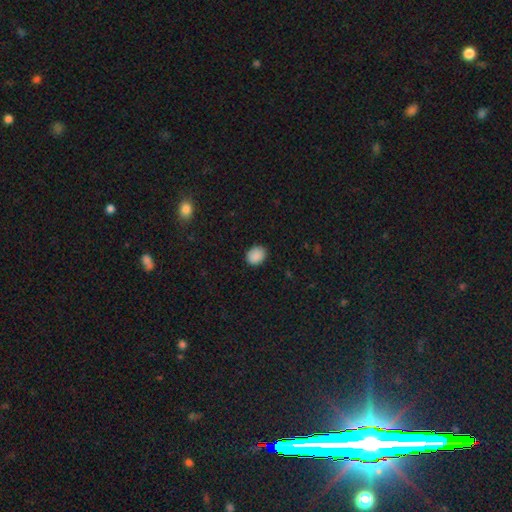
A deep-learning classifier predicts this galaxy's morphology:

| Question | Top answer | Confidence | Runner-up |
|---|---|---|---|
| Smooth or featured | smooth | 89% | star or artifact (9%) |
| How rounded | in between | 52% | round (47%) |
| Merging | none | 86% | minor disturbance (11%) |